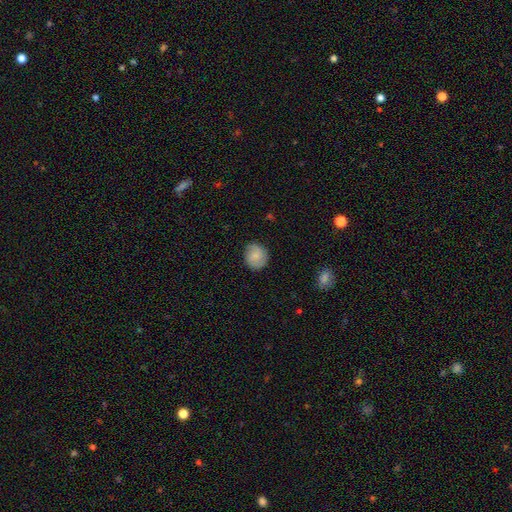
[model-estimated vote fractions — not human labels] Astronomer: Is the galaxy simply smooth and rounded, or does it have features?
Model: smooth — 74%.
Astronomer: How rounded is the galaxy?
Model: round — 80%.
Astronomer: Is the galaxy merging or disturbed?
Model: none — 83%.